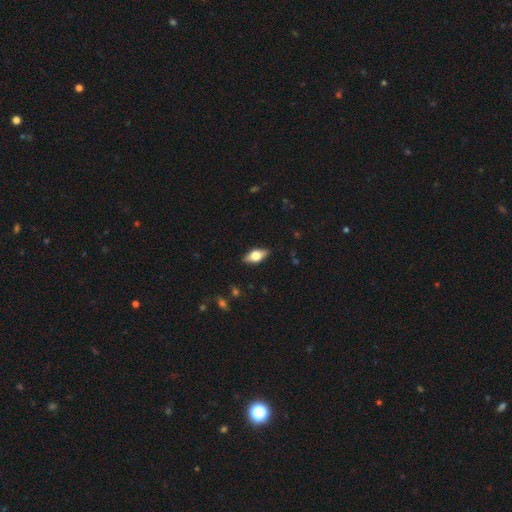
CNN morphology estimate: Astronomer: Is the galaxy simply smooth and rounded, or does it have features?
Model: smooth — 54% (runner-up: featured or disk, 39%).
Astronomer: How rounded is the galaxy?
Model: in between — 82%.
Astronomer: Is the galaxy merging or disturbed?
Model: none — 87%.